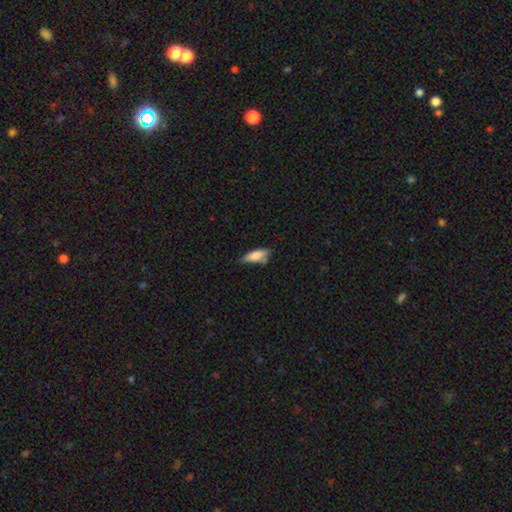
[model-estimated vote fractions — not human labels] Morphology: type=smooth (76%); roundness=in between (58%); merging=none (52%).